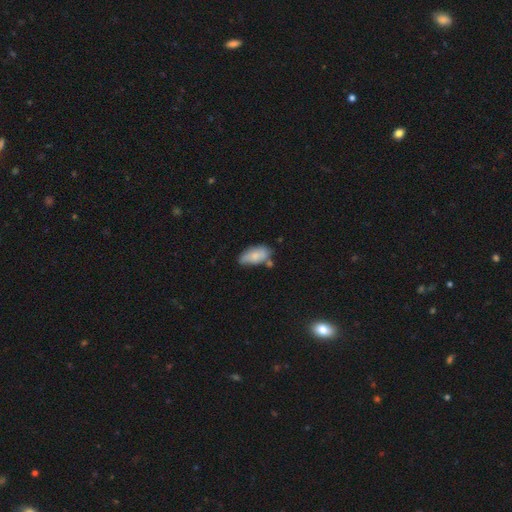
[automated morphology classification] Q: Smooth or featured?
A: smooth (75%); runner-up: featured or disk (18%)
Q: How rounded?
A: in between (89%); runner-up: cigar-shaped (8%)
Q: Merging?
A: none (51%); runner-up: minor disturbance (31%)